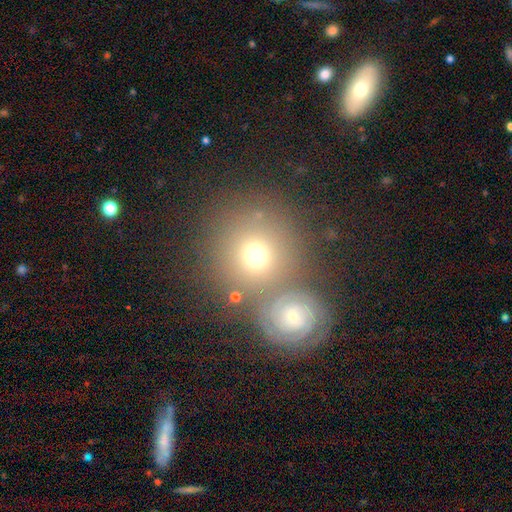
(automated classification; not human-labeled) smooth_or_featured: smooth (p=0.52) [alt: featured or disk p=0.36]
how_rounded: round (p=0.87) [alt: in between p=0.12]
merging: none (p=0.59) [alt: merger p=0.27]